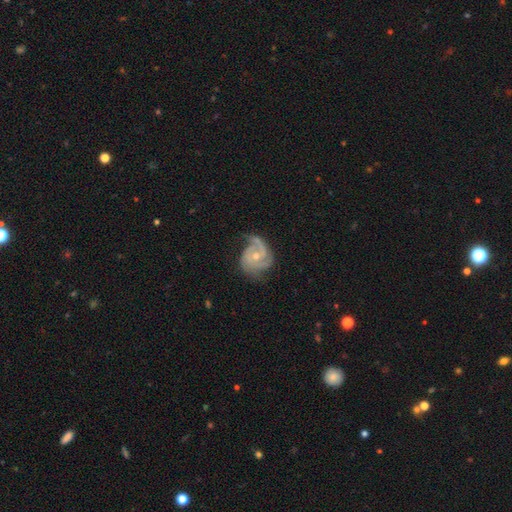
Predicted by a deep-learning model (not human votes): Morphology: type=featured or disk (88%); edge-on=no (98%); bar=no (69%); spiral arms=yes (97%); winding=tight (45%); arm count=3 (39%); bulge=small (50%); merging=none (58%).